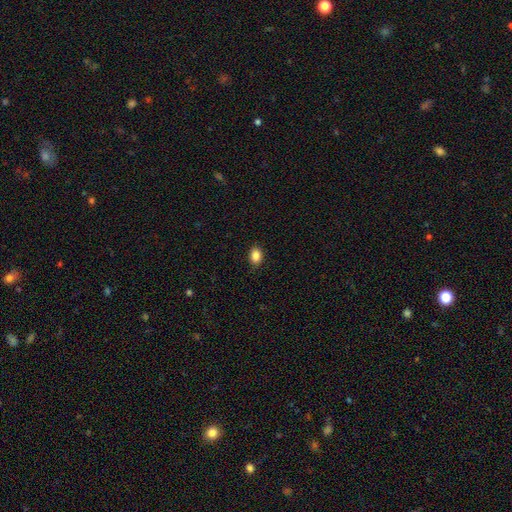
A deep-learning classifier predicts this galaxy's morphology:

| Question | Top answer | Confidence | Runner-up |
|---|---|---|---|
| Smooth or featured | smooth | 87% | star or artifact (9%) |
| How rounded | in between | 76% | round (22%) |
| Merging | none | 89% | minor disturbance (8%) |